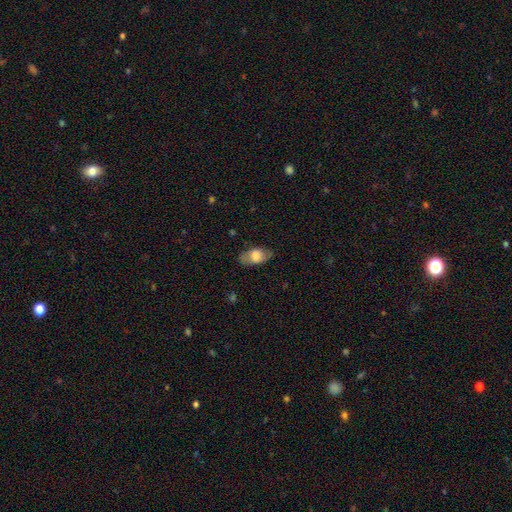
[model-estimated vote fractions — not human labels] The model was most divided on "smooth or featured": smooth: 68%, featured or disk: 25%, star or artifact: 7%. More confident: how rounded — in between (90%); merging — none (76%).